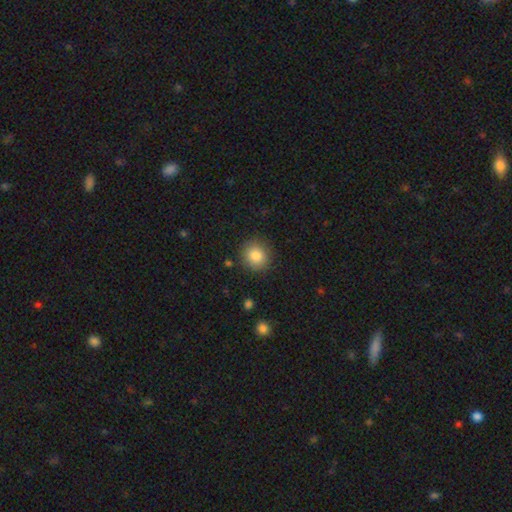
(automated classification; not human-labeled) smooth-or-featured: smooth: 85% | star or artifact: 9% | featured or disk: 6%
  how-rounded: round: 87% | in between: 12% | cigar-shaped: 1%
  merging: none: 87% | minor disturbance: 9% | major disturbance: 3% | merger: 2%